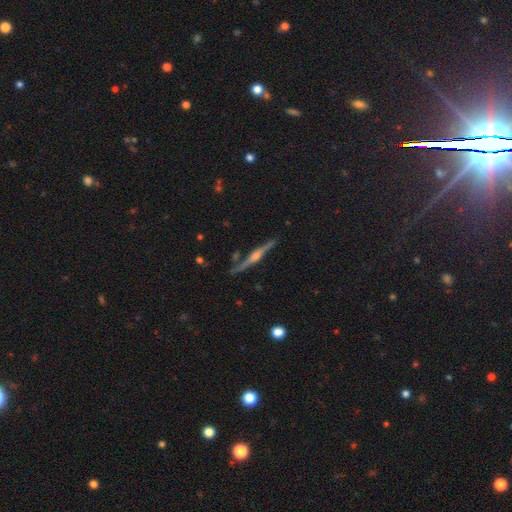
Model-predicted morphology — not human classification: A featured or disk galaxy (85%) viewed edge-on (97%) with a rounded central bulge (88%). Merging: none (84%).